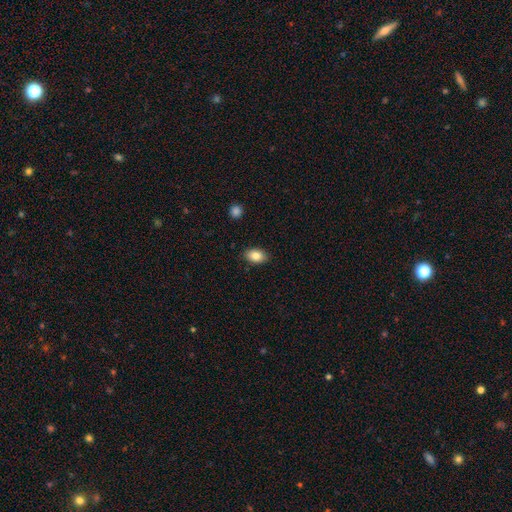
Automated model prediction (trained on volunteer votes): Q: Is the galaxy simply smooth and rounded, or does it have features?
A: smooth — 84%.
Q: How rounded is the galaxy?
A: in between — 86%.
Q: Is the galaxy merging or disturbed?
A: none — 88%.